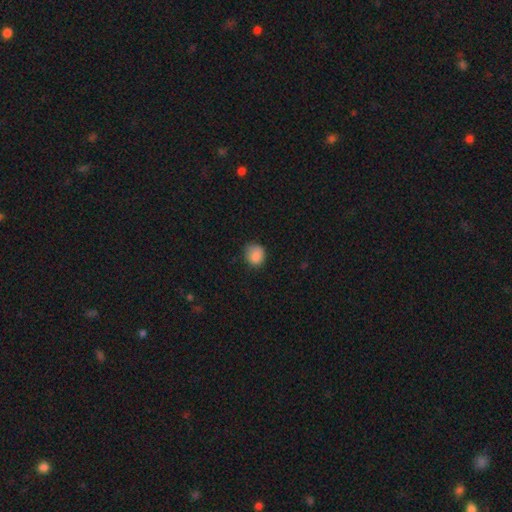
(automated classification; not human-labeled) Smooth or featured?
  - smooth: 85% *
  - star or artifact: 9%
  - featured or disk: 5%
How rounded?
  - round: 74% *
  - in between: 26%
  - cigar-shaped: 1%
Merging?
  - none: 71% *
  - minor disturbance: 23%
  - major disturbance: 5%
  - merger: 1%